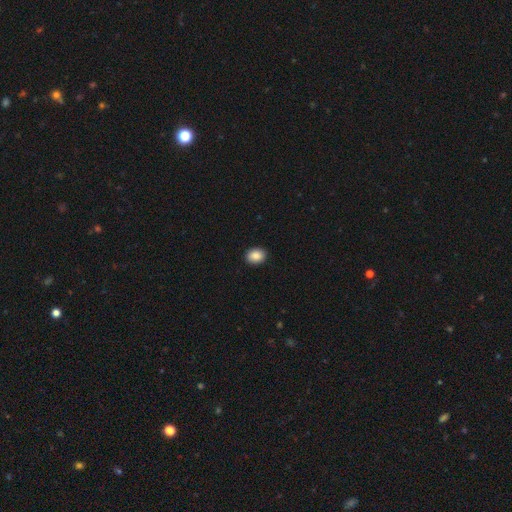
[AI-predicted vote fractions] Smooth or featured?
  - smooth: 88% *
  - star or artifact: 8%
  - featured or disk: 4%
How rounded?
  - in between: 61% *
  - round: 38%
  - cigar-shaped: 1%
Merging?
  - none: 91% *
  - minor disturbance: 6%
  - major disturbance: 2%
  - merger: 1%